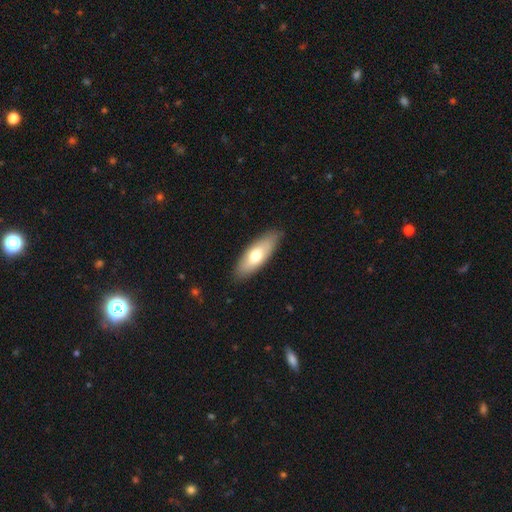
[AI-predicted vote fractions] The model was most divided on "how rounded": in between: 66%, cigar-shaped: 32%, round: 2%. More confident: merging — none (85%); smooth or featured — smooth (67%).